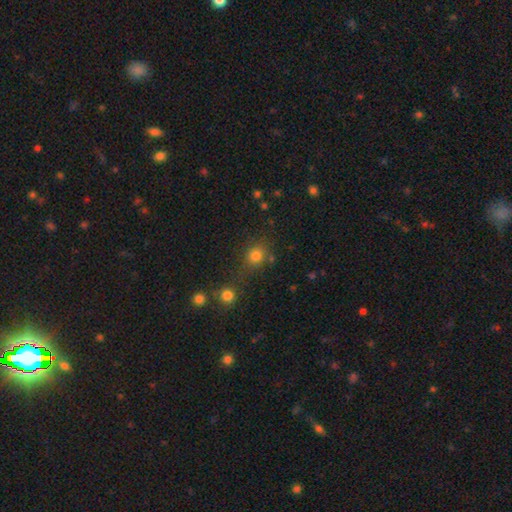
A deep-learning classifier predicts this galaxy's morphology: A smooth galaxy with no disk features (78%) that is round (76%).

Vote fractions:
- Smooth or featured? smooth: 78% / star or artifact: 15% / featured or disk: 7%
- How rounded? round: 76% / in between: 23% / cigar-shaped: 1%
- Merging? none: 65% / merger: 16% / minor disturbance: 12% / major disturbance: 6%